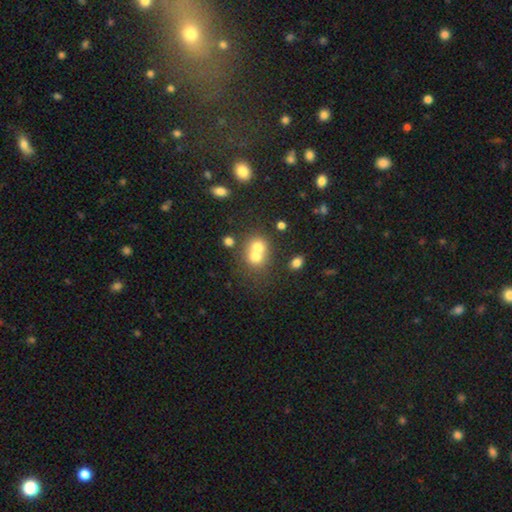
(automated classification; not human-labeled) Overall: smooth (67%). How rounded: round (72%). Merging: merger (64%; none 28%).